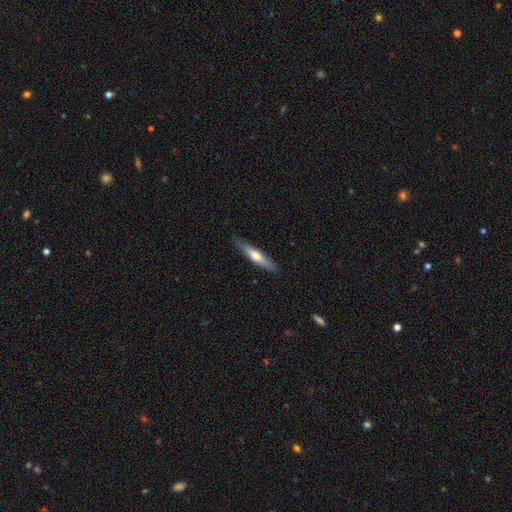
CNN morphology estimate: Smooth or featured?
  - smooth: 54% *
  - featured or disk: 40%
  - star or artifact: 5%
How rounded?
  - cigar-shaped: 88% *
  - in between: 11%
  - round: 1%
Merging?
  - none: 83% *
  - minor disturbance: 13%
  - major disturbance: 2%
  - merger: 1%